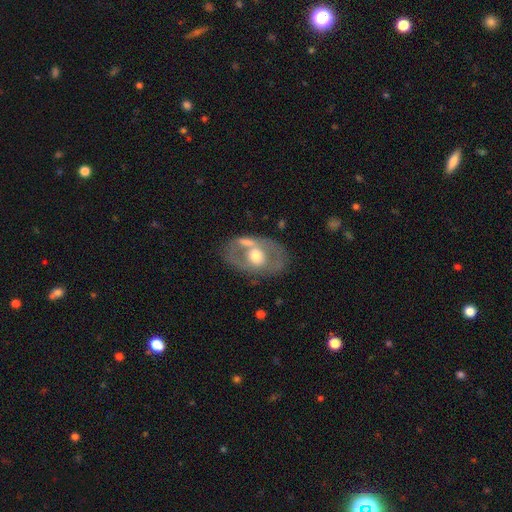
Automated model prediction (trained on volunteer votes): This is likely a featured or disk galaxy (62%). It is clearly not viewed edge-on (92%). Bar: likely no (69%). Spiral arm pattern: likely no (69%). Central bulge: likely moderate (68%). Merging: likely none (60%).